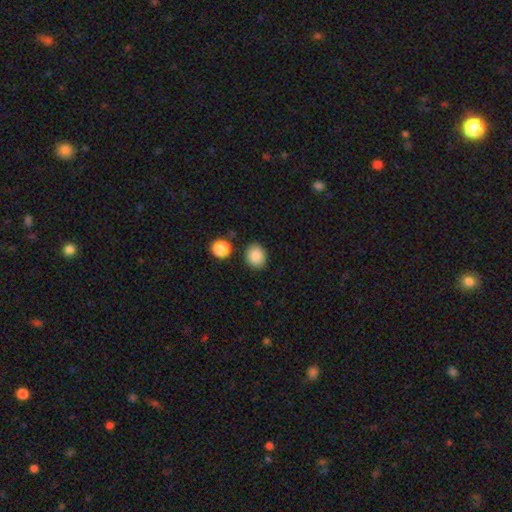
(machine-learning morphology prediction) Overall: smooth (87%). How rounded: round (61%; in between 38%). Merging: none (85%).